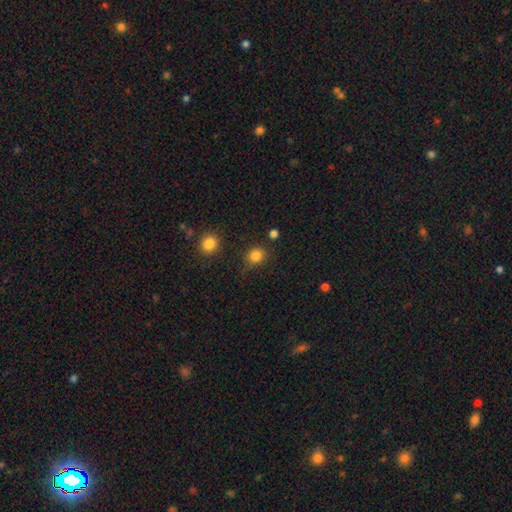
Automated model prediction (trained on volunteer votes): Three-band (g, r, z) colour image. It shows a smooth galaxy with no disk features (83%) that is round (79%). Merging: none (76%).